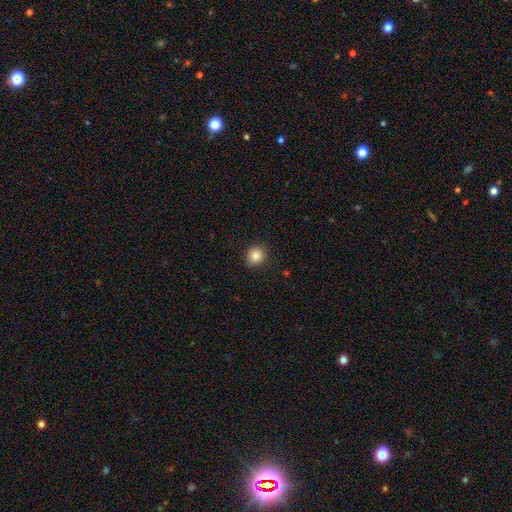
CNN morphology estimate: smooth-or-featured: smooth: 87% | star or artifact: 10% | featured or disk: 3%
  how-rounded: round: 87% | in between: 12% | cigar-shaped: 1%
  merging: none: 89% | minor disturbance: 8% | major disturbance: 2% | merger: 1%